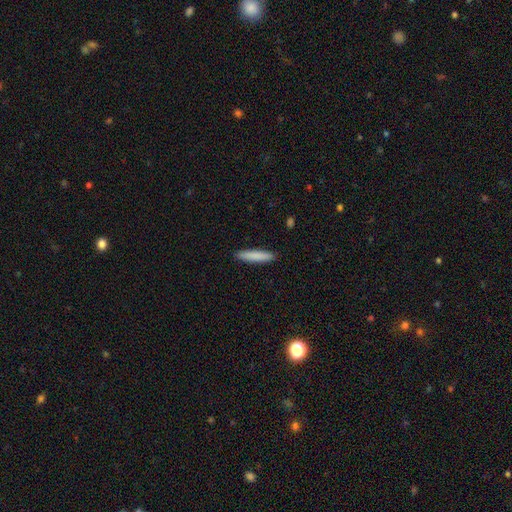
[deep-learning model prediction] Smooth or featured? smooth (85%)
How rounded? cigar-shaped (89%)
Merging? none (91%)